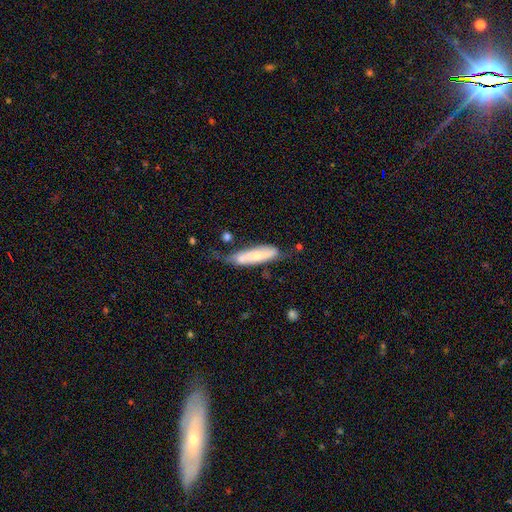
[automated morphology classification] A smooth galaxy with no disk features (55%) that is cigar-shaped (68%).

Vote fractions:
- Smooth or featured? smooth: 55% / featured or disk: 39% / star or artifact: 6%
- How rounded? cigar-shaped: 68% / in between: 31% / round: 2%
- Merging? none: 42% / minor disturbance: 34% / major disturbance: 17% / merger: 6%